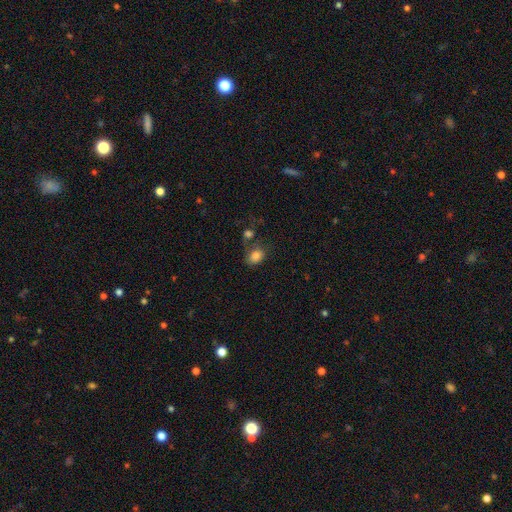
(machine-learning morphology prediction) Smooth or featured? Predicted: smooth (p=0.80). How rounded? Predicted: in between (p=0.70). Merging? Predicted: none (p=0.43).